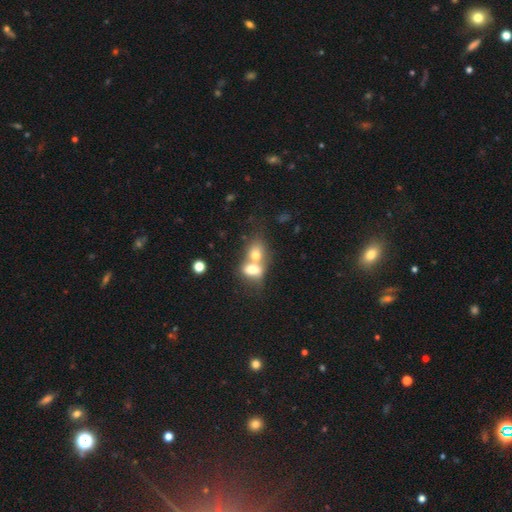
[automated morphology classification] type=smooth (70%); roundness=in between (69%); merging=merger (76%).